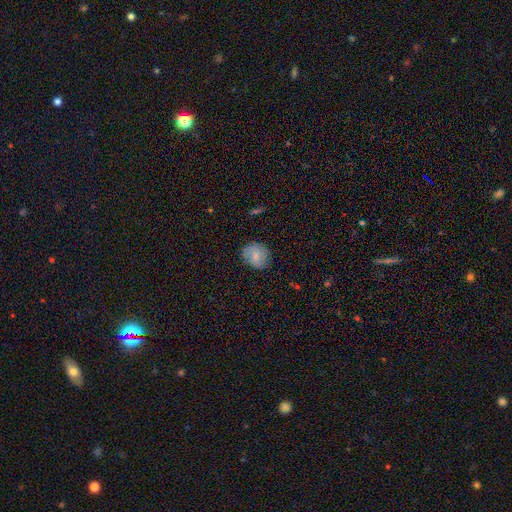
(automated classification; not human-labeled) This appears to be a smooth galaxy with no disk features (71%) that is round (72%). Merging: none (76%).